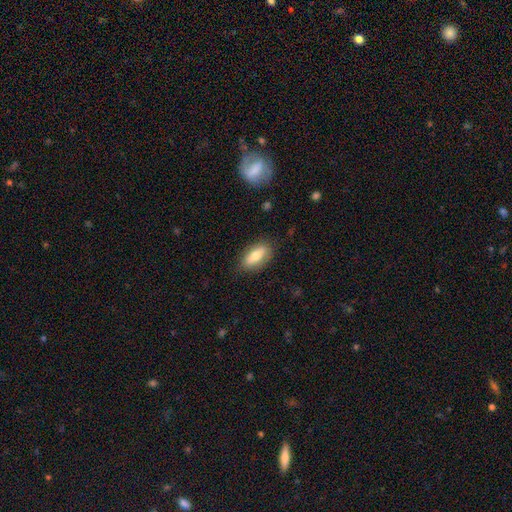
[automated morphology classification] smooth-or-featured: smooth: 69% | featured or disk: 24% | star or artifact: 7%
  how-rounded: in between: 82% | cigar-shaped: 15% | round: 4%
  merging: none: 83% | minor disturbance: 13% | major disturbance: 3% | merger: 1%